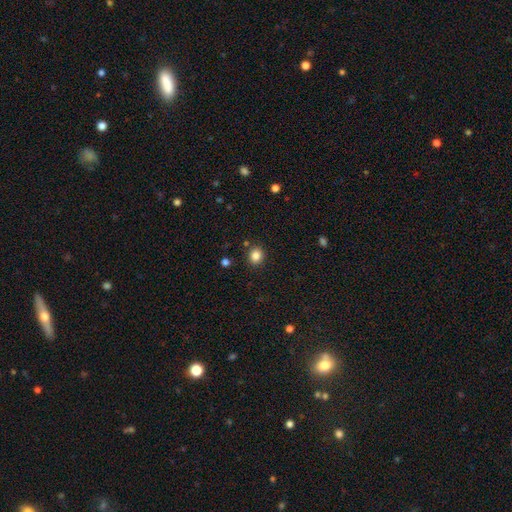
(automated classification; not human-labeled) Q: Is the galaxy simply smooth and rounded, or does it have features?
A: smooth — 84%.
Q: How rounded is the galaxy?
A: round — 75%.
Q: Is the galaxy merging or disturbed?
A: none — 88%.